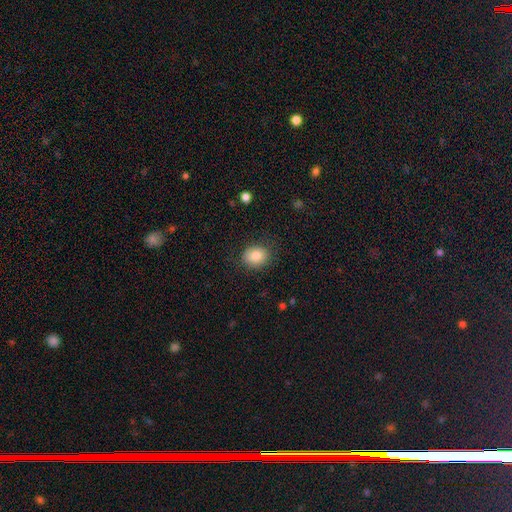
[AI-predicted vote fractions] Q: Smooth or featured?
A: smooth (83%); runner-up: star or artifact (9%)
Q: How rounded?
A: round (58%); runner-up: in between (42%)
Q: Merging?
A: none (83%); runner-up: minor disturbance (12%)